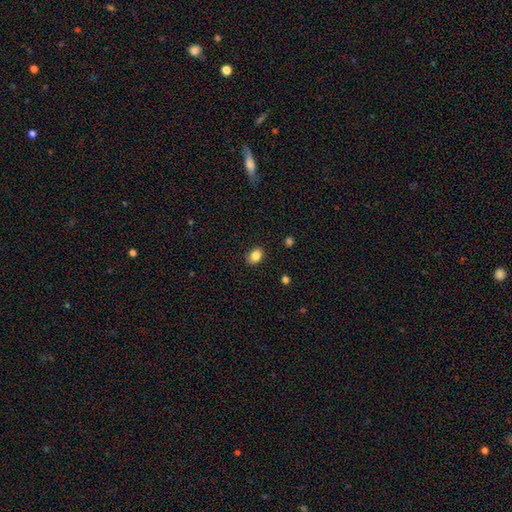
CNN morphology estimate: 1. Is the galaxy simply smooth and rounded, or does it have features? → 84% smooth, 10% star or artifact, 6% featured or disk.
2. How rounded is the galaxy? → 66% in between, 33% round, 1% cigar-shaped.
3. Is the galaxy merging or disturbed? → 85% none, 11% minor disturbance, 2% major disturbance, 1% merger.